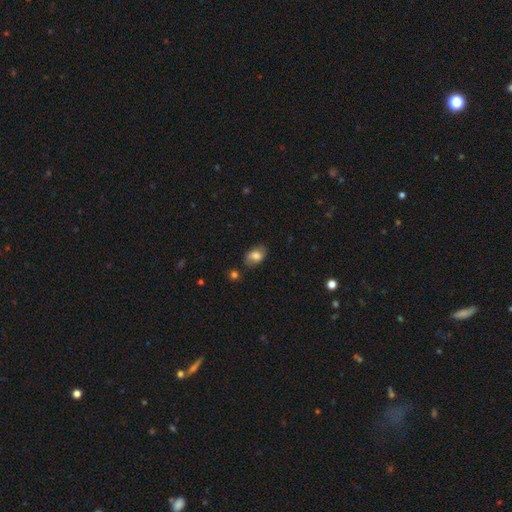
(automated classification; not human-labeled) This appears to be a smooth galaxy with no disk features (73%) that is in between round and cigar-shaped (85%). Merging: none (76%).